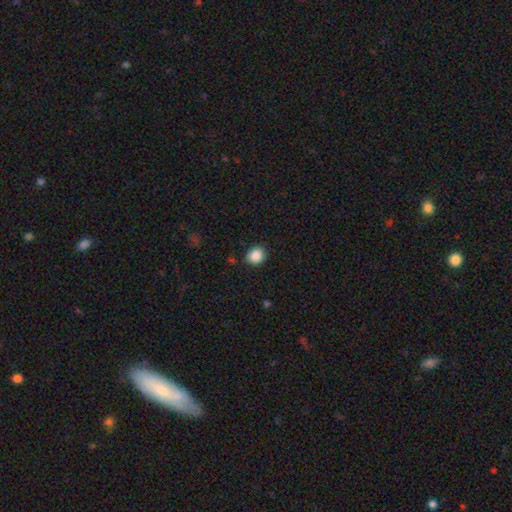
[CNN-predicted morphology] A smooth galaxy with no disk features (88%) that is round (74%). Merging: none (87%).